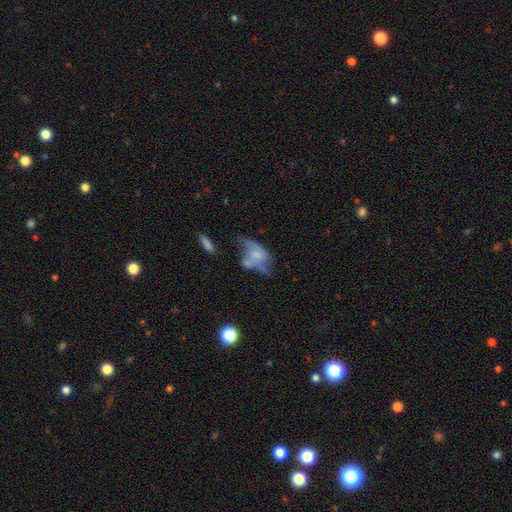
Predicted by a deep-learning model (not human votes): Smooth or featured?
  - featured or disk: 49% *
  - smooth: 41%
  - star or artifact: 10%
Merging?
  - major disturbance: 31% *
  - merger: 24%
  - none: 24%
  - minor disturbance: 21%